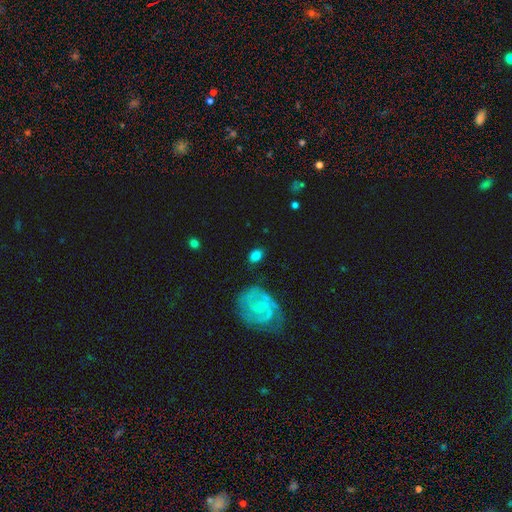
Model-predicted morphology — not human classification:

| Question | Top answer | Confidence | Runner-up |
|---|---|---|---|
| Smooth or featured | smooth | 68% | featured or disk (22%) |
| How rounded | in between | 73% | round (25%) |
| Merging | none | 75% | minor disturbance (16%) |